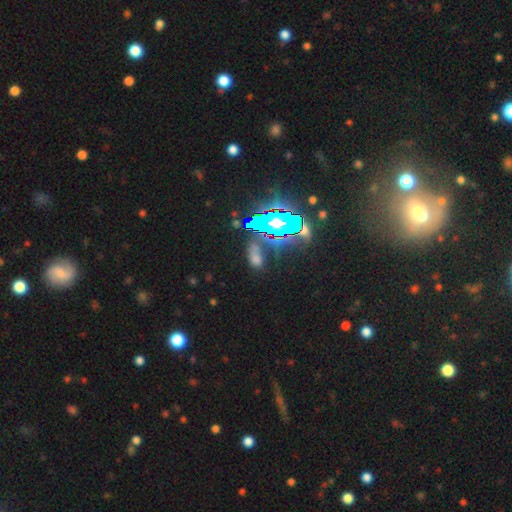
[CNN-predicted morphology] Smooth or featured? star or artifact (45%)